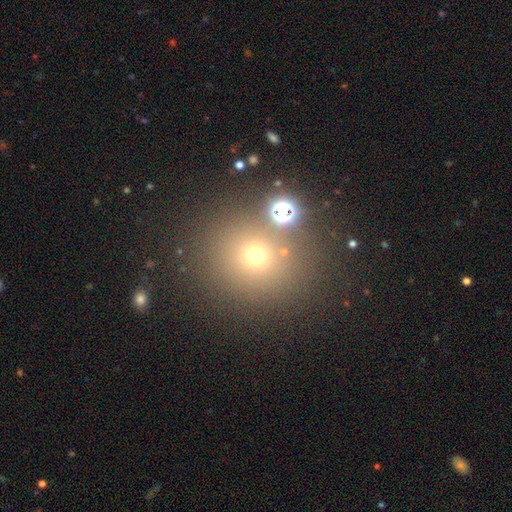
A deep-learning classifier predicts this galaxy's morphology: smooth 59%, star or artifact 29%, featured or disk 11%. Down the decision tree: how rounded — round (85%); merging — none (75%).